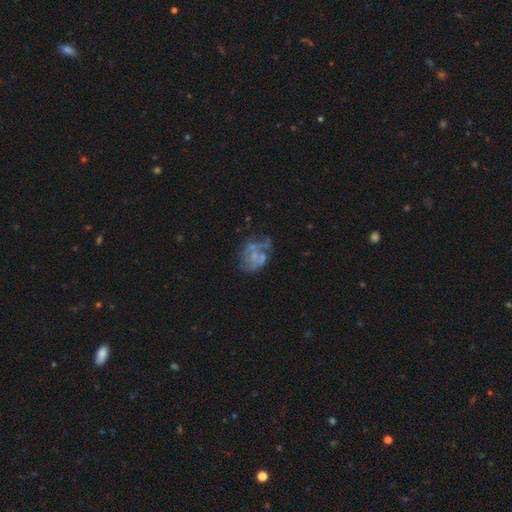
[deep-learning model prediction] Q: Smooth or featured?
A: featured or disk (65%); runner-up: smooth (24%)
Q: Edge-on disk?
A: no (98%); runner-up: yes (2%)
Q: Bar?
A: no (80%); runner-up: weak (16%)
Q: Spiral arms?
A: no (66%); runner-up: yes (34%)
Q: Bulge size?
A: none (54%); runner-up: small (27%)
Q: Merging?
A: none (40%); runner-up: major disturbance (28%)